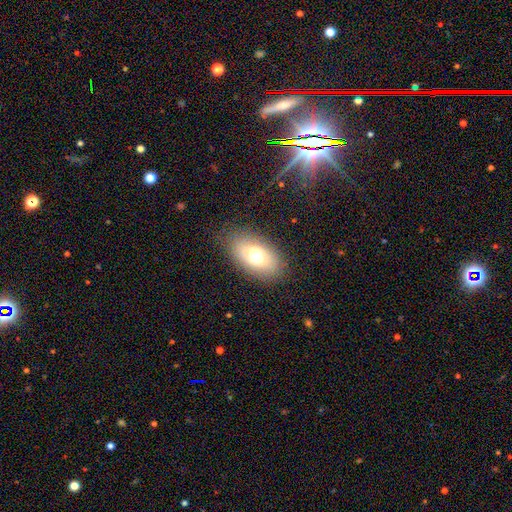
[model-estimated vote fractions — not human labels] Smooth or featured? Predicted: smooth (p=0.66). How rounded? Predicted: in between (p=0.90). Merging? Predicted: none (p=0.80).